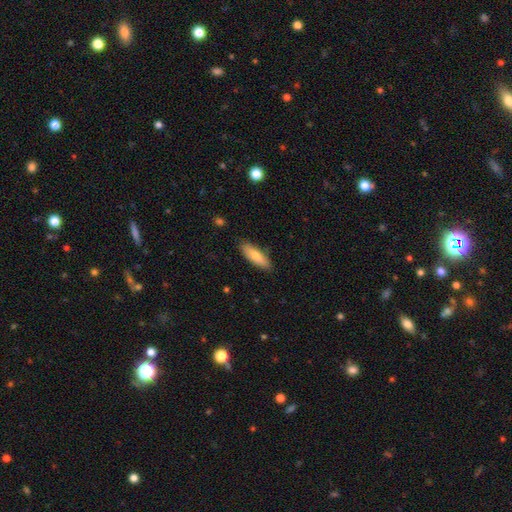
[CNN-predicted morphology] Smooth or featured?
  - smooth: 76% *
  - featured or disk: 18%
  - star or artifact: 6%
How rounded?
  - in between: 51% *
  - cigar-shaped: 48%
  - round: 2%
Merging?
  - none: 84% *
  - minor disturbance: 12%
  - major disturbance: 2%
  - merger: 1%